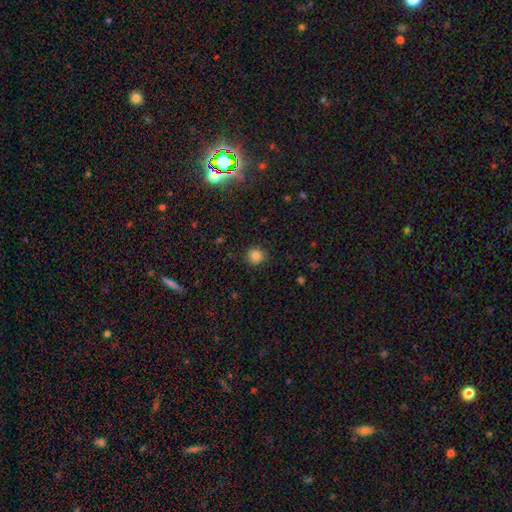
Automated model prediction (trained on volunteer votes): Morphology: type=smooth (84%); roundness=round (90%); merging=none (89%).